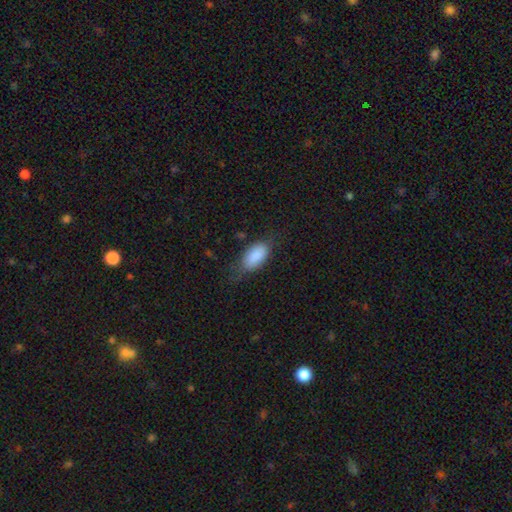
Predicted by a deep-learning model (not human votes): This appears to be a smooth galaxy with no disk features (85%) that is in between round and cigar-shaped (92%). Merging: none (58%).